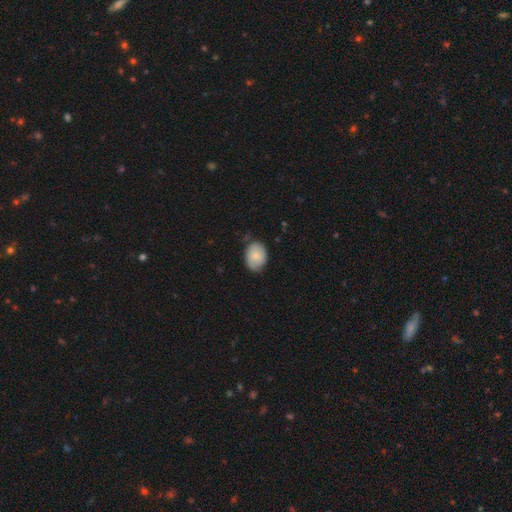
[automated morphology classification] The model was most divided on "merging": none: 65%, minor disturbance: 29%, major disturbance: 5%, merger: 2%. More confident: smooth or featured — smooth (76%); how rounded — in between (72%).